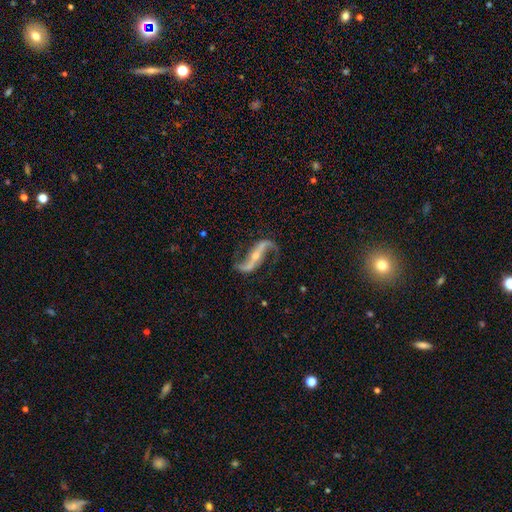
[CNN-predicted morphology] A featured or disk galaxy (91%) with a strong bar (54%), 2 (94%) loose (85%) spiral arms (97%) and a small central bulge (67%). Merging: none (77%).